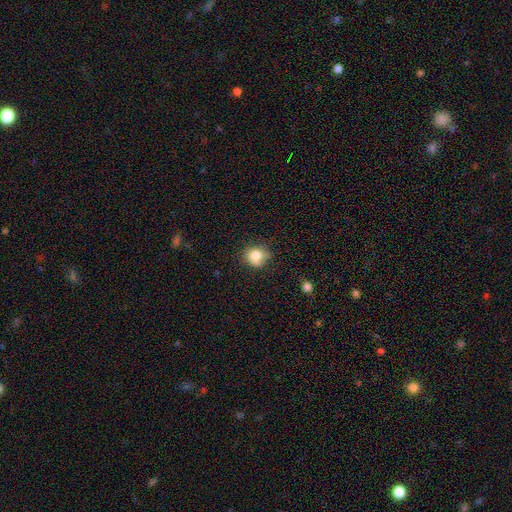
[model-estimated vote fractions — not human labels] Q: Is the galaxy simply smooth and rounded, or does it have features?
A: smooth — 80%.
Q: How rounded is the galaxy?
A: round — 78%.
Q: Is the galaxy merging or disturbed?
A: none — 62%.